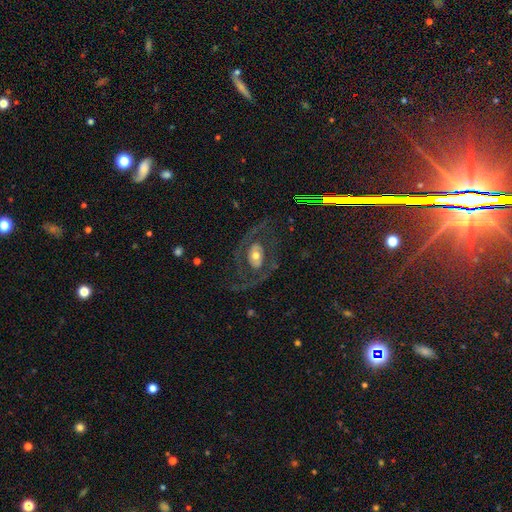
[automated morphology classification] smooth-or-featured: featured or disk: 71% | smooth: 22% | star or artifact: 7%
  disk-edge-on: no: 95% | yes: 5%
    bar: no: 64% | weak: 24% | strong: 12%
    has-spiral-arms: yes: 64% | no: 36%
    bulge-size: moderate: 63% | small: 18% | large: 15% | dominant: 2% | none: 1%
  merging: none: 65% | major disturbance: 19% | minor disturbance: 14% | merger: 2%